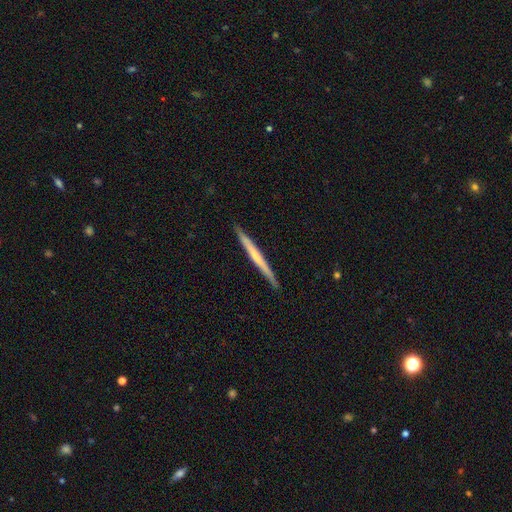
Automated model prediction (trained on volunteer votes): Morphology: type=featured or disk (51%); edge-on=yes (97%); merging=none (91%).